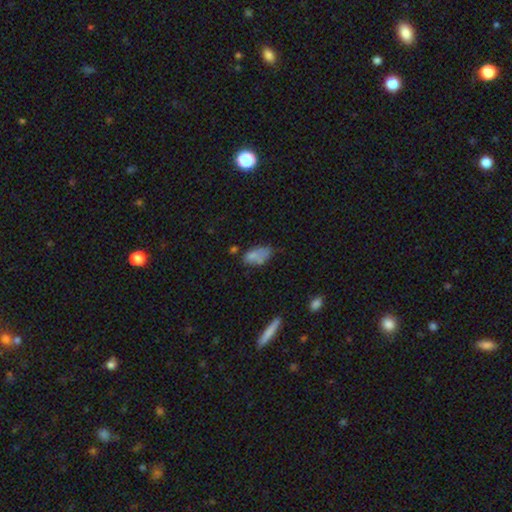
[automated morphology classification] type=smooth (69%); roundness=in between (90%); merging=none (39%).